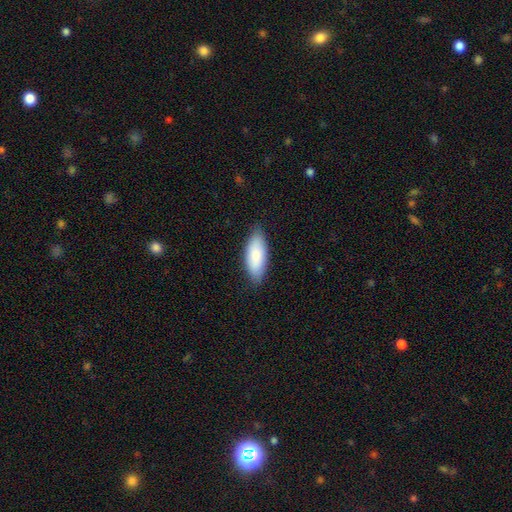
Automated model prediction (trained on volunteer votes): smooth 84%, featured or disk 11%, star or artifact 5%. Down the decision tree: how rounded — in between (83%); merging — none (83%).